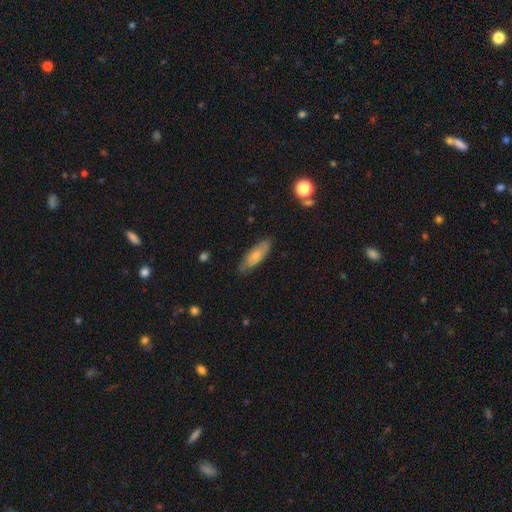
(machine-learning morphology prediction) Q: Smooth or featured?
A: smooth (61%); runner-up: featured or disk (33%)
Q: How rounded?
A: in between (64%); runner-up: cigar-shaped (33%)
Q: Merging?
A: none (78%); runner-up: minor disturbance (18%)